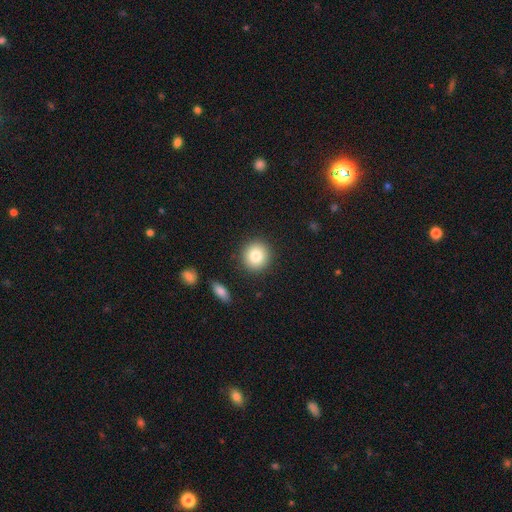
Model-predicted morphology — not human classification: Smooth or featured? smooth (83%)
How rounded? round (91%)
Merging? none (89%)